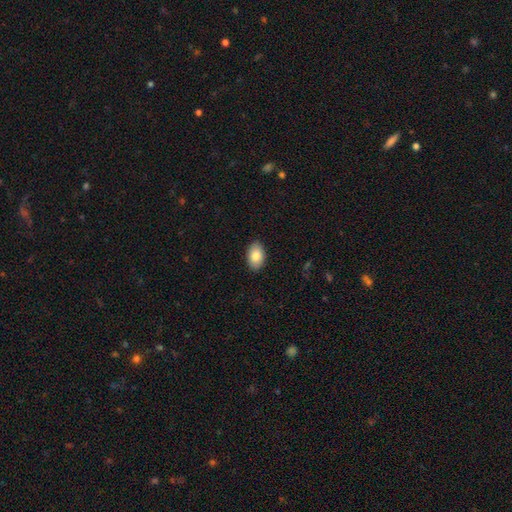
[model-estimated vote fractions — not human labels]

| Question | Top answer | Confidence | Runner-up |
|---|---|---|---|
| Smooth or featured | smooth | 85% | featured or disk (9%) |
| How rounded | in between | 92% | round (7%) |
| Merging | none | 89% | minor disturbance (8%) |